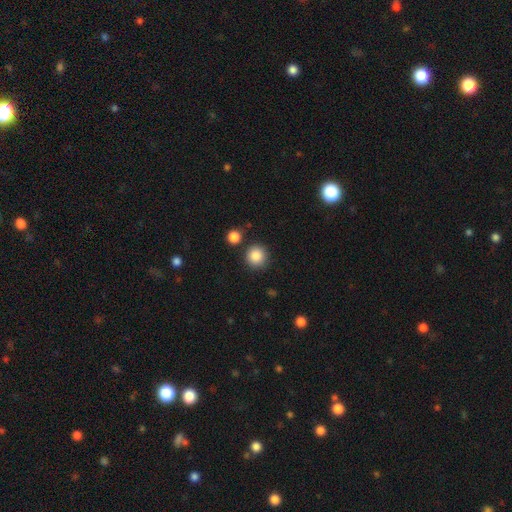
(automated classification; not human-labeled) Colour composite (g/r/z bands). It shows a smooth galaxy with no disk features (87%) that is round (93%). Merging: none (85%).